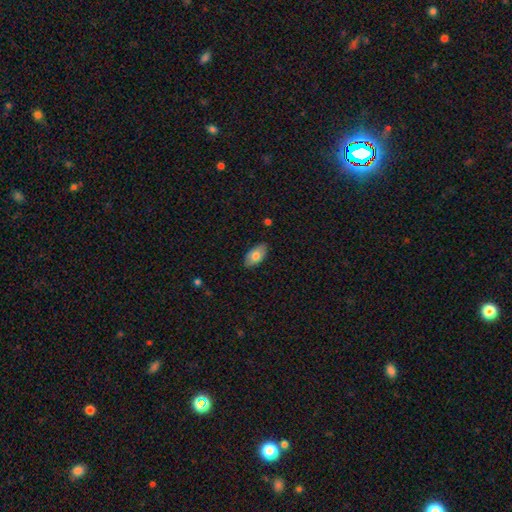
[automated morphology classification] Smooth or featured? smooth (75%)
How rounded? in between (94%)
Merging? none (84%)